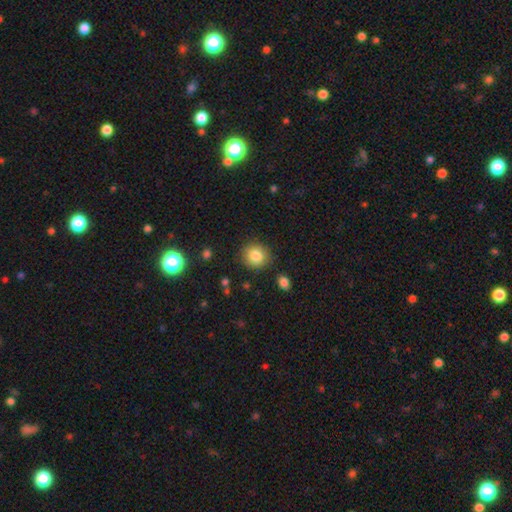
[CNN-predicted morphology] This is clearly a smooth galaxy (83%). How rounded: clearly round (81%). Merging: clearly none (86%).